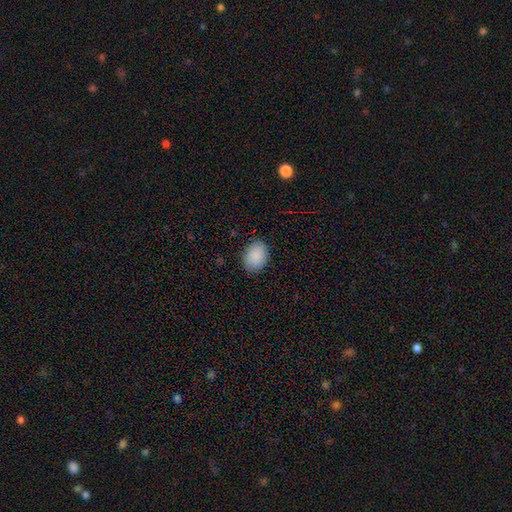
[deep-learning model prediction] Q: Smooth or featured?
A: smooth (90%); runner-up: star or artifact (7%)
Q: How rounded?
A: in between (72%); runner-up: round (27%)
Q: Merging?
A: none (86%); runner-up: minor disturbance (11%)